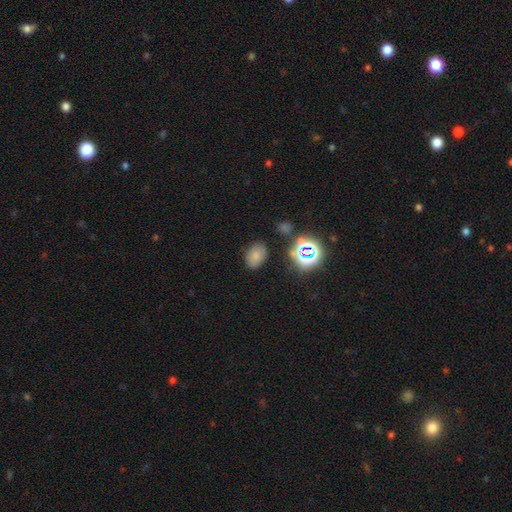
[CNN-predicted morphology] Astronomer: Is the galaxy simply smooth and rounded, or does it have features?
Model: smooth — 72%.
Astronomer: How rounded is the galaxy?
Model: in between — 78%.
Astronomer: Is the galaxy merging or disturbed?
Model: none — 79%.